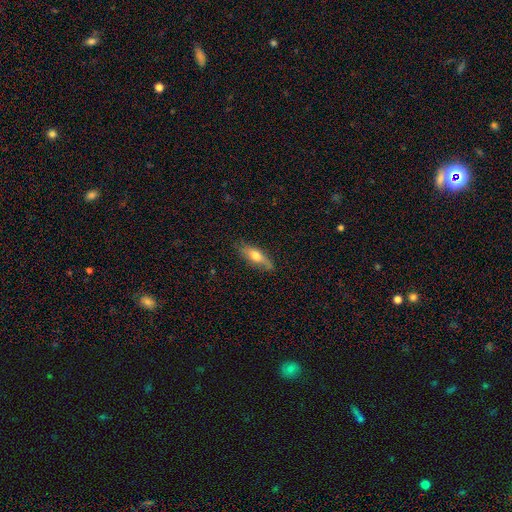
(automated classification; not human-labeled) A smooth galaxy with no disk features (55%) that is in between round and cigar-shaped (49%).

Vote fractions:
- Smooth or featured? smooth: 55% / featured or disk: 38% / star or artifact: 7%
- How rounded? in between: 49% / cigar-shaped: 48% / round: 3%
- Merging? none: 76% / minor disturbance: 19% / major disturbance: 4% / merger: 1%